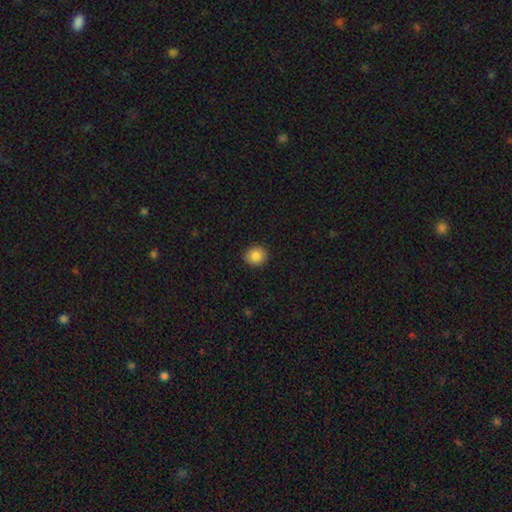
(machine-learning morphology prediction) type=smooth (85%); roundness=round (76%); merging=none (91%).